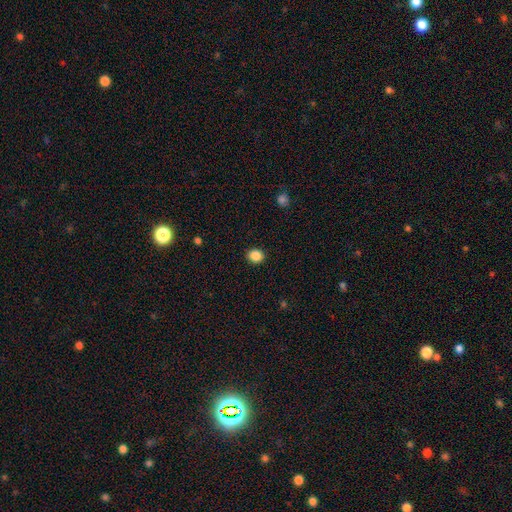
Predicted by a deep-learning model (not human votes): Q: Smooth or featured?
A: smooth (87%); runner-up: star or artifact (10%)
Q: How rounded?
A: round (74%); runner-up: in between (26%)
Q: Merging?
A: none (91%); runner-up: minor disturbance (6%)